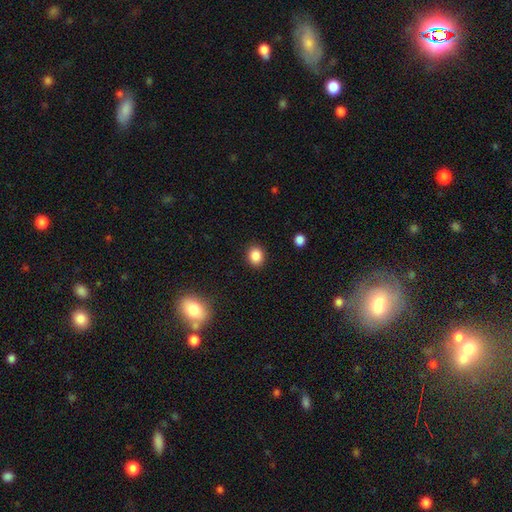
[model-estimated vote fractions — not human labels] Smooth or featured? smooth (86%)
How rounded? round (60%)
Merging? none (89%)